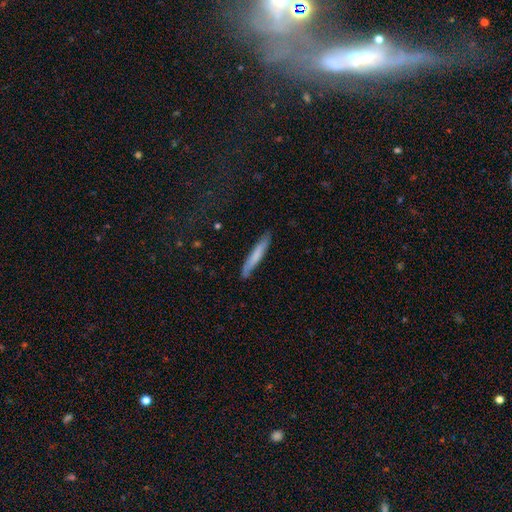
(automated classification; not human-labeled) Smooth or featured? smooth (68%)
How rounded? cigar-shaped (95%)
Merging? none (83%)